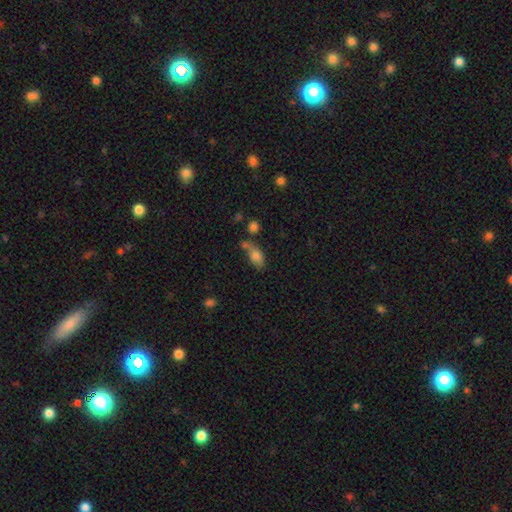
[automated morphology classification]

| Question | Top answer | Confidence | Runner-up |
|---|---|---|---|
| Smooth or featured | smooth | 78% | featured or disk (13%) |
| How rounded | in between | 86% | round (8%) |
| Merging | none | 40% | merger (31%) |